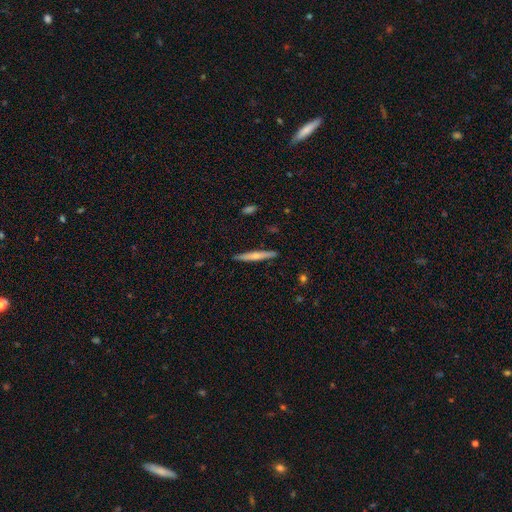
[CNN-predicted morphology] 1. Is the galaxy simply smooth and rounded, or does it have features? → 53% smooth, 42% featured or disk, 6% star or artifact.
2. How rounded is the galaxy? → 94% cigar-shaped, 4% in between, 1% round.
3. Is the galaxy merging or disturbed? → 90% none, 7% minor disturbance, 1% major disturbance, 1% merger.